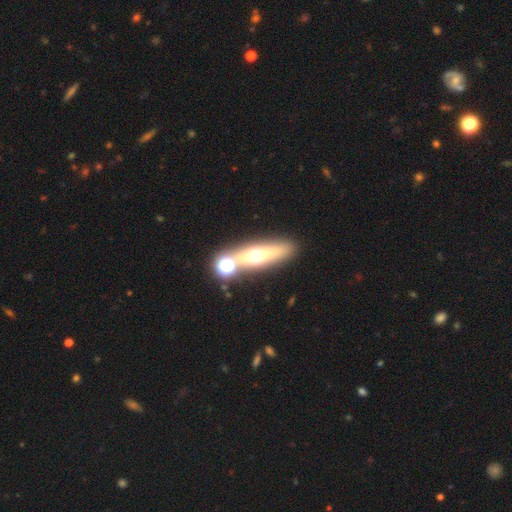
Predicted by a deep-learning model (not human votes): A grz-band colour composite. It shows a featured or disk galaxy (45%). Merging: none (72%).